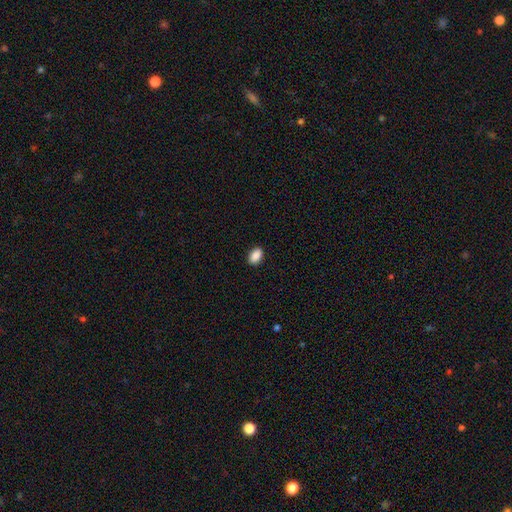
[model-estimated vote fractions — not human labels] This appears to be a smooth galaxy with no disk features (89%) that is in between round and cigar-shaped (90%). Merging: none (90%).